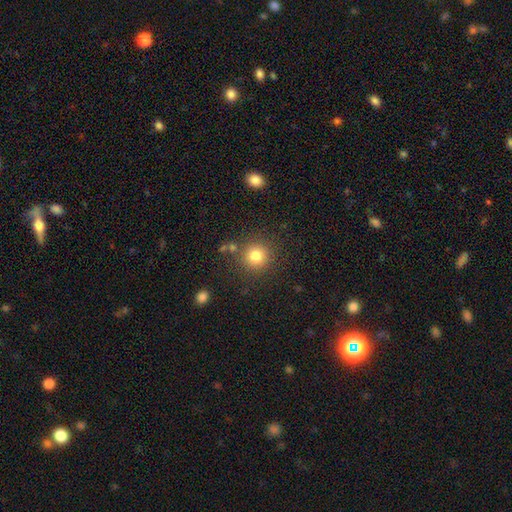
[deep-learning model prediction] smooth_or_featured: smooth (p=0.81) [alt: star or artifact p=0.12]
how_rounded: round (p=0.93) [alt: in between p=0.06]
merging: none (p=0.85) [alt: minor disturbance p=0.08]